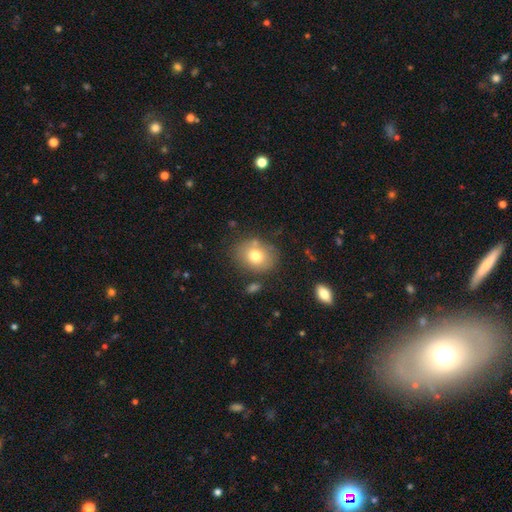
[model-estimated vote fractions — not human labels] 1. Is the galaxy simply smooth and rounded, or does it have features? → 74% smooth, 15% featured or disk, 10% star or artifact.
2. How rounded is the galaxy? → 54% round, 45% in between, 1% cigar-shaped.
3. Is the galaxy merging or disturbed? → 75% none, 14% minor disturbance, 6% merger, 4% major disturbance.